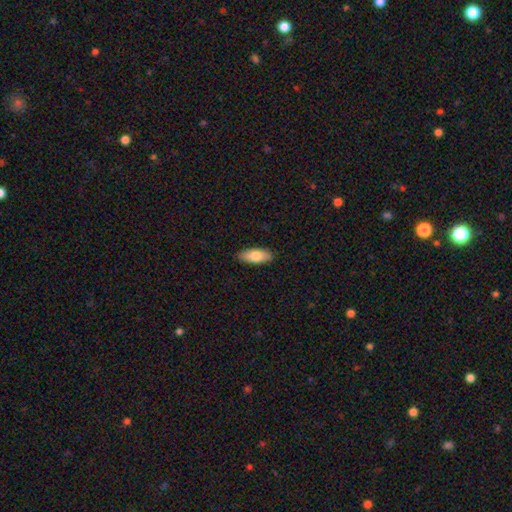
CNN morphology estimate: Smooth or featured: smooth — 79% (featured or disk — 15%)
How rounded: in between — 78% (cigar-shaped — 20%)
Merging: none — 88% (minor disturbance — 9%)